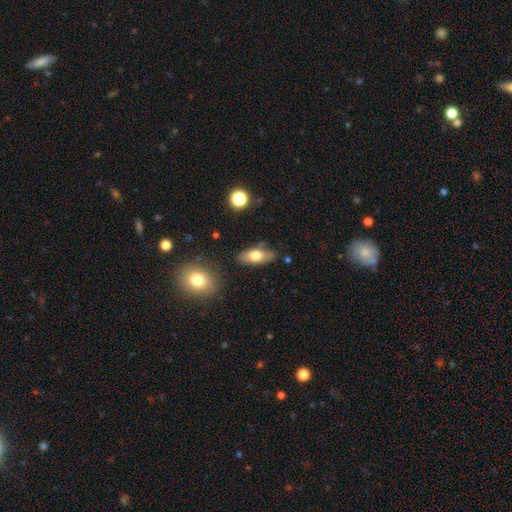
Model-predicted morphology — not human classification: Overall: smooth (68%). How rounded: in between (80%). Merging: none (80%).